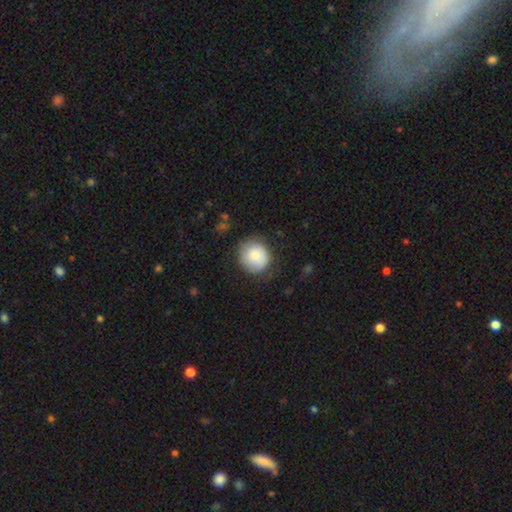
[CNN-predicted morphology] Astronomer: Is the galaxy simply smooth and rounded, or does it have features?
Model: smooth — 77%.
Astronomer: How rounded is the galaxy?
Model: round — 88%.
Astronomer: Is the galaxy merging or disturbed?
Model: none — 71%.